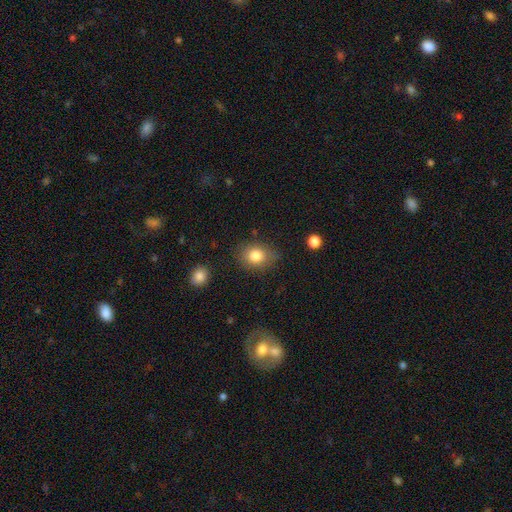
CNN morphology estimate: This appears to be a smooth galaxy with no disk features (82%) that is in between round and cigar-shaped (51%). Merging: none (77%).